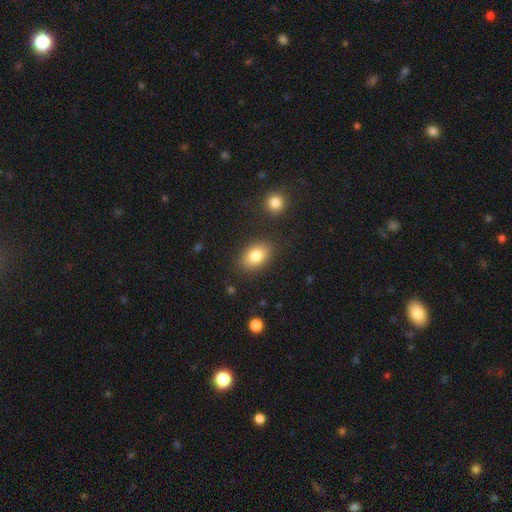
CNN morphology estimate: Overall: smooth (82%). How rounded: in between (84%). Merging: none (85%).